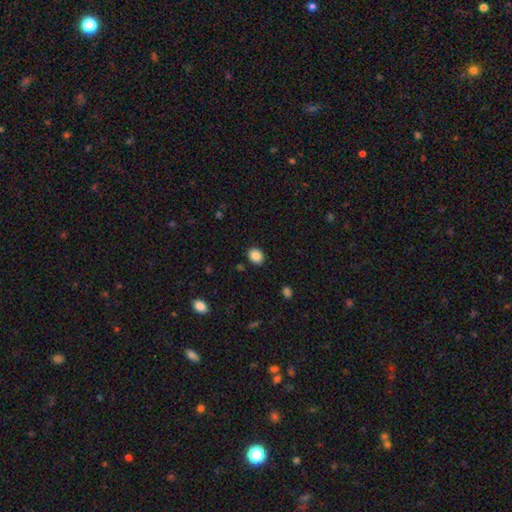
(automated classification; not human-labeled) A smooth galaxy with no disk features (87%) that is round (53%). Merging: none (87%).